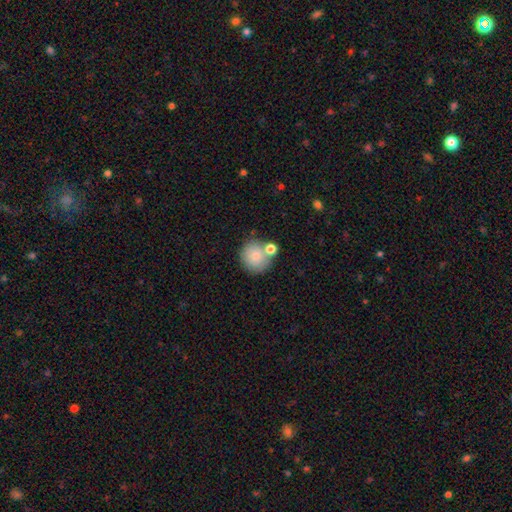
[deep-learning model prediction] The model was most divided on "merging": none: 62%, merger: 24%, minor disturbance: 11%, major disturbance: 4%. More confident: how rounded — round (90%); smooth or featured — smooth (80%).